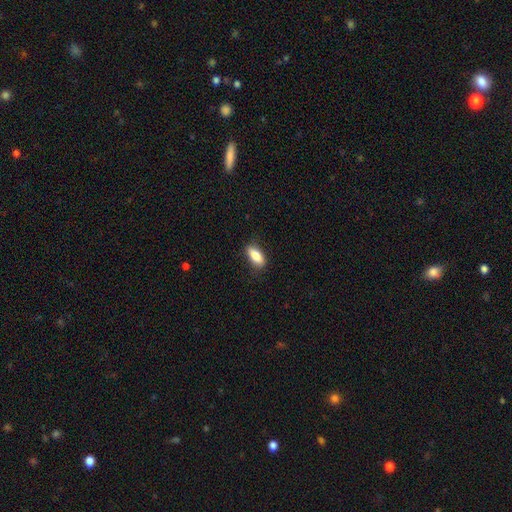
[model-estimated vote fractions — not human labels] Smooth or featured: smooth — 83% (featured or disk — 10%)
How rounded: in between — 80% (cigar-shaped — 17%)
Merging: none — 81% (minor disturbance — 14%)